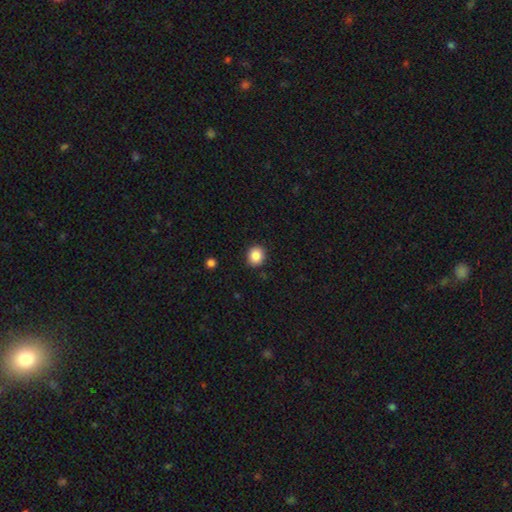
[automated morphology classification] smooth 87%, star or artifact 9%, featured or disk 4%. Down the decision tree: how rounded — round (81%); merging — none (90%).